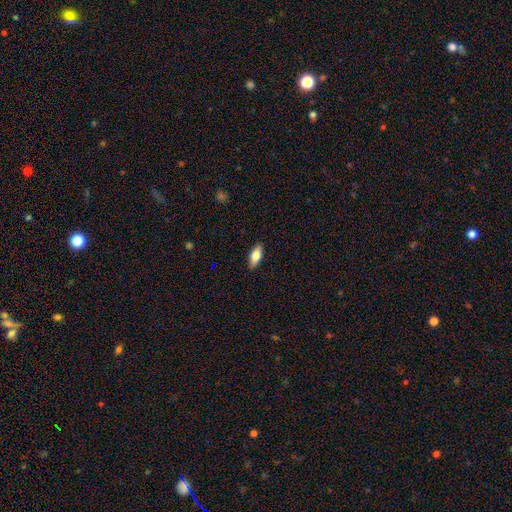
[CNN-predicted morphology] Smooth or featured?
  - smooth: 68% *
  - featured or disk: 25%
  - star or artifact: 6%
How rounded?
  - in between: 70% *
  - cigar-shaped: 27%
  - round: 3%
Merging?
  - none: 89% *
  - minor disturbance: 8%
  - major disturbance: 2%
  - merger: 1%